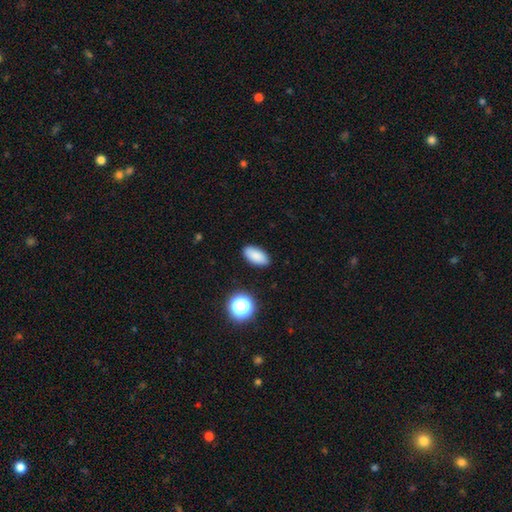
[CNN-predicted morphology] smooth-or-featured: smooth: 85% | star or artifact: 9% | featured or disk: 5%
  how-rounded: in between: 91% | cigar-shaped: 5% | round: 4%
  merging: none: 89% | minor disturbance: 8% | major disturbance: 2% | merger: 1%